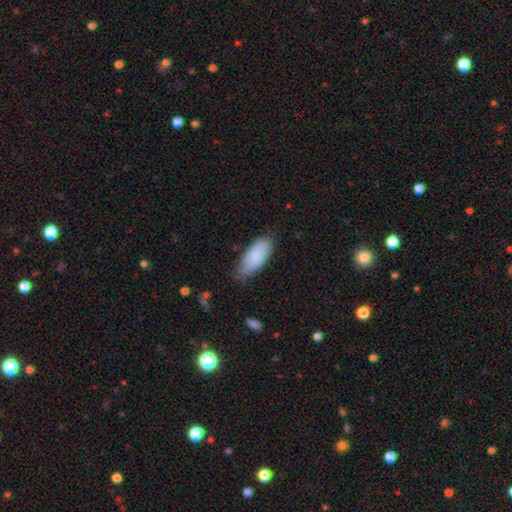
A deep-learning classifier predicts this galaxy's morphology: Q: Smooth or featured?
A: smooth (85%); runner-up: featured or disk (9%)
Q: How rounded?
A: in between (85%); runner-up: cigar-shaped (13%)
Q: Merging?
A: none (70%); runner-up: minor disturbance (24%)